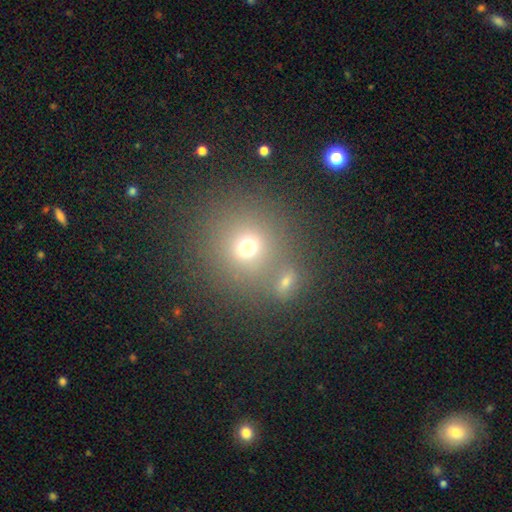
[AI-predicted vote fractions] Smooth or featured?
  - smooth: 59% *
  - star or artifact: 31%
  - featured or disk: 10%
How rounded?
  - round: 90% *
  - in between: 9%
  - cigar-shaped: 1%
Merging?
  - none: 71% *
  - merger: 19%
  - minor disturbance: 7%
  - major disturbance: 3%